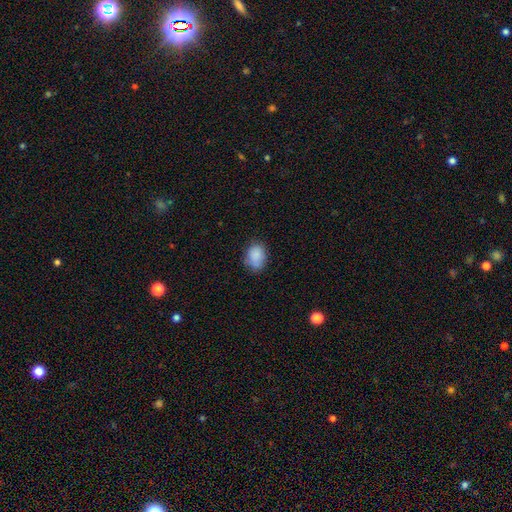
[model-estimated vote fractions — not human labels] smooth-or-featured: smooth: 87% | star or artifact: 8% | featured or disk: 5%
  how-rounded: in between: 71% | round: 28% | cigar-shaped: 1%
  merging: none: 73% | minor disturbance: 21% | major disturbance: 5% | merger: 1%